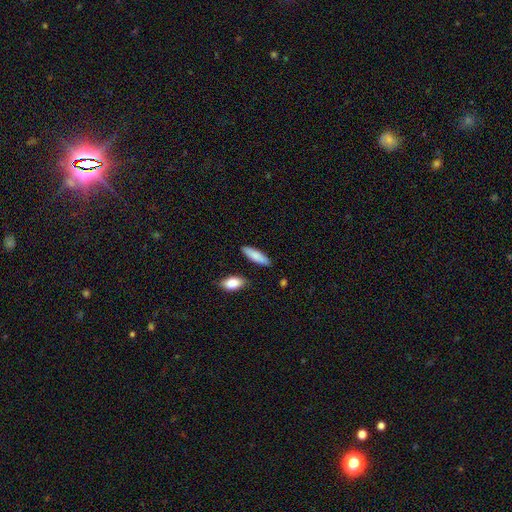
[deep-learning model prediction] A smooth galaxy with no disk features (85%) that is cigar-shaped (54%).

Vote fractions:
- Smooth or featured? smooth: 85% / featured or disk: 9% / star or artifact: 5%
- How rounded? cigar-shaped: 54% / in between: 44% / round: 2%
- Merging? none: 86% / minor disturbance: 9% / merger: 3% / major disturbance: 2%